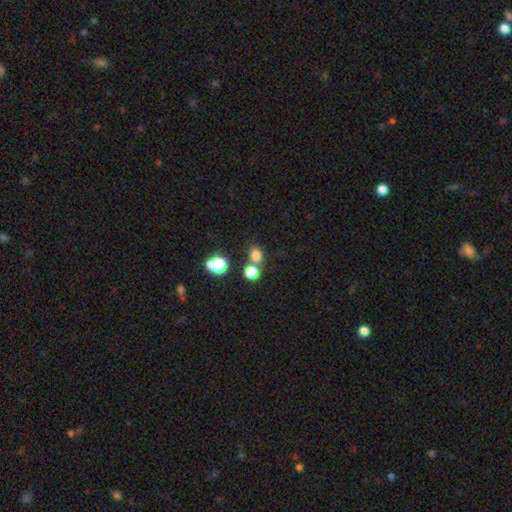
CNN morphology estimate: Smooth or featured: smooth — 75% (star or artifact — 19%)
How rounded: round — 66% (in between — 33%)
Merging: none — 62% (merger — 25%)